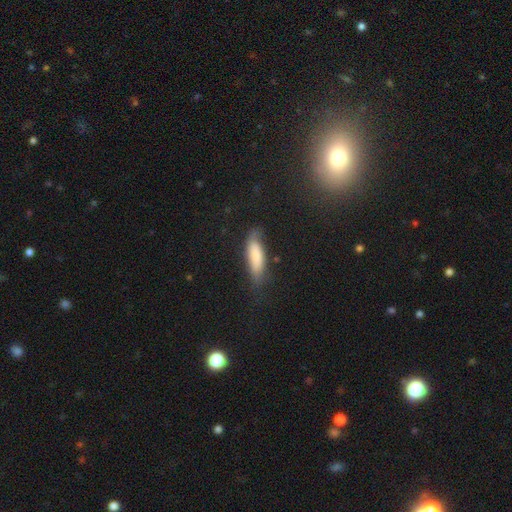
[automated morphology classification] Smooth or featured?
  - smooth: 74% *
  - featured or disk: 19%
  - star or artifact: 7%
How rounded?
  - in between: 51% *
  - cigar-shaped: 47%
  - round: 2%
Merging?
  - none: 61% *
  - minor disturbance: 27%
  - major disturbance: 9%
  - merger: 2%